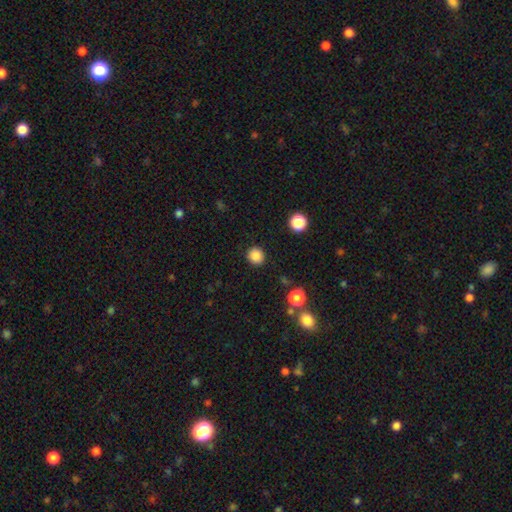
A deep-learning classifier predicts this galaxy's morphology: Q: Smooth or featured?
A: smooth (85%); runner-up: star or artifact (11%)
Q: How rounded?
A: round (86%); runner-up: in between (13%)
Q: Merging?
A: none (90%); runner-up: minor disturbance (6%)